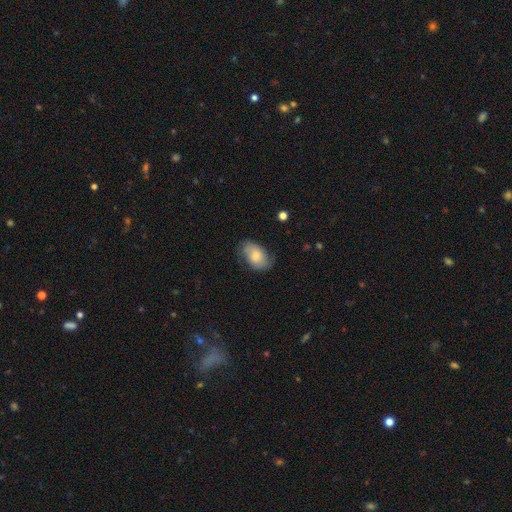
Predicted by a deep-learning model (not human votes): smooth_or_featured: smooth (p=0.61) [alt: featured or disk p=0.32]
how_rounded: in between (p=0.88) [alt: round p=0.10]
merging: none (p=0.68) [alt: minor disturbance p=0.23]